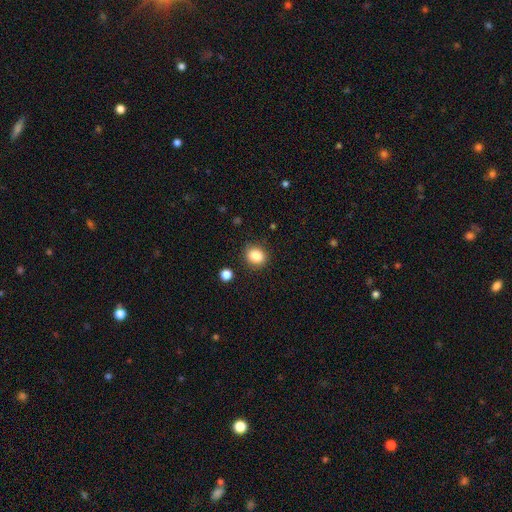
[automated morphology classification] A smooth galaxy with no disk features (86%) that is round (60%). Merging: none (85%).